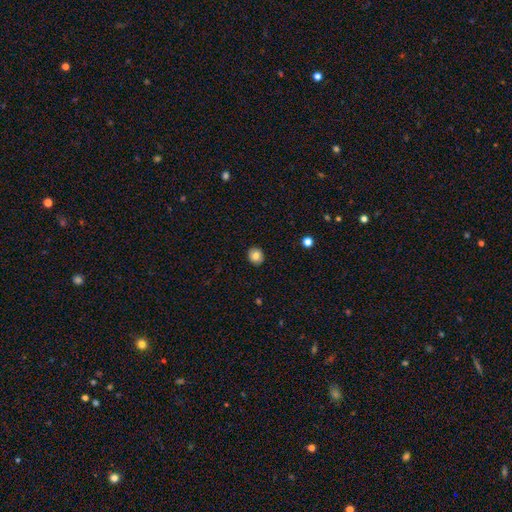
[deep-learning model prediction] Smooth or featured? Predicted: smooth (p=0.81). How rounded? Predicted: round (p=0.82). Merging? Predicted: none (p=0.91).